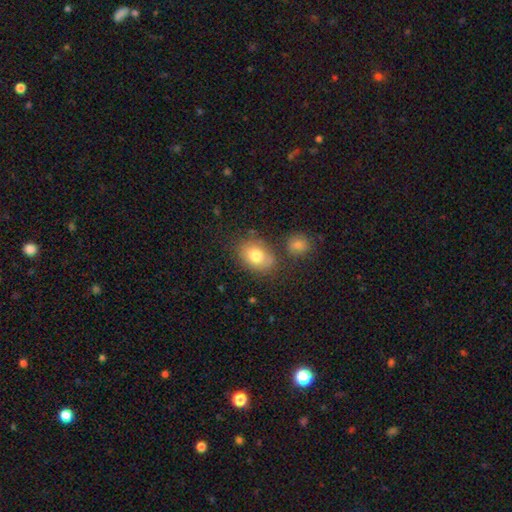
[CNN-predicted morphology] Overall: smooth (79%). How rounded: in between (71%). Merging: none (66%).